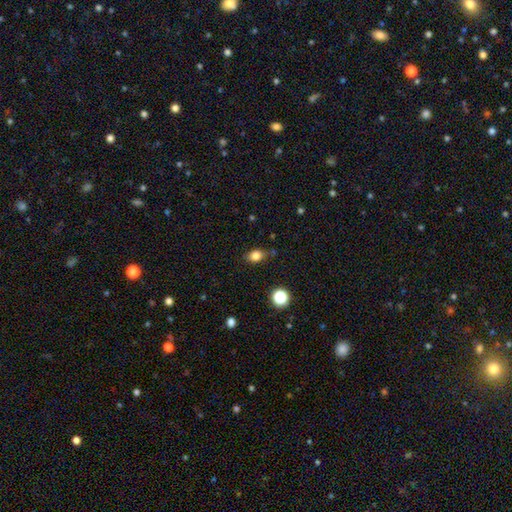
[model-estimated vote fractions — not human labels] This is clearly a smooth galaxy (82%). How rounded: likely in between (66%). Merging: likely none (74%).